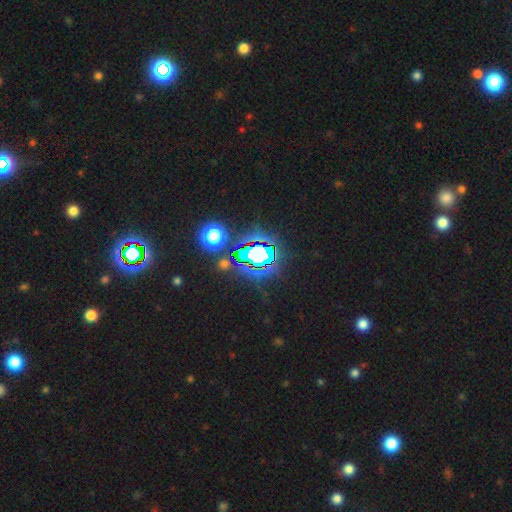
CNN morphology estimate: Q: Smooth or featured?
A: star or artifact (71%); runner-up: smooth (17%)